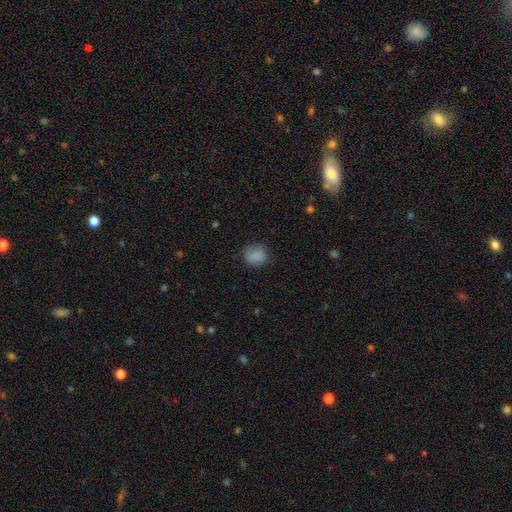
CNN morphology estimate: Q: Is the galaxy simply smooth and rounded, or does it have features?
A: smooth — 85%.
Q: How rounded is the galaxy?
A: round — 74%.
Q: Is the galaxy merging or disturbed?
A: none — 82%.